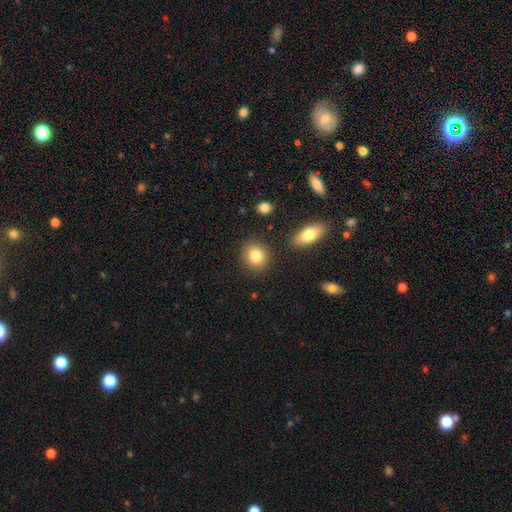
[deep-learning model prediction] smooth_or_featured: smooth (p=0.84) [alt: star or artifact p=0.08]
how_rounded: round (p=0.72) [alt: in between p=0.26]
merging: none (p=0.84) [alt: minor disturbance p=0.09]